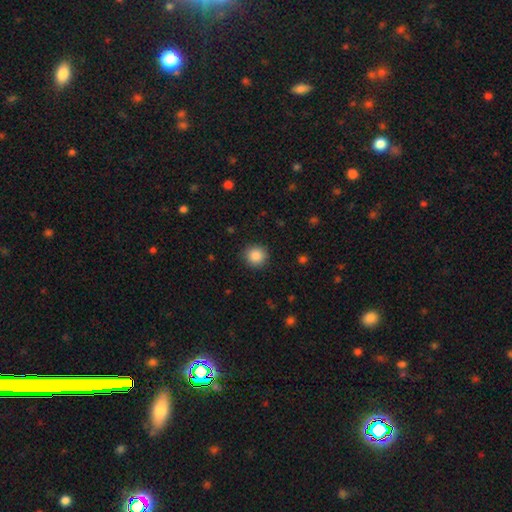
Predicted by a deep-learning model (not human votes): This appears to be a smooth galaxy with no disk features (87%) that is round (93%). Merging: none (90%).